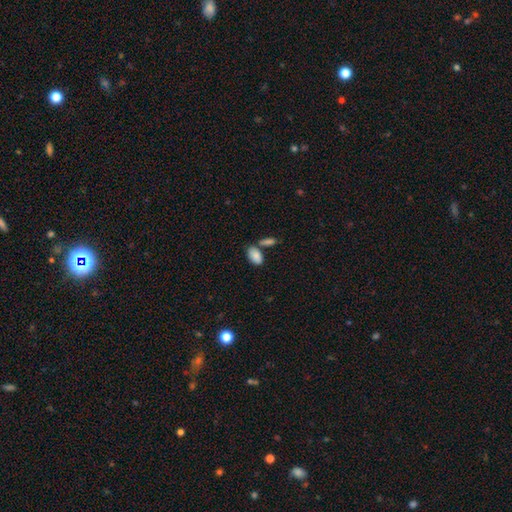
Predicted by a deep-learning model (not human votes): This appears to be a smooth galaxy with no disk features (86%) that is in between round and cigar-shaped (94%). Merging: none (59%).